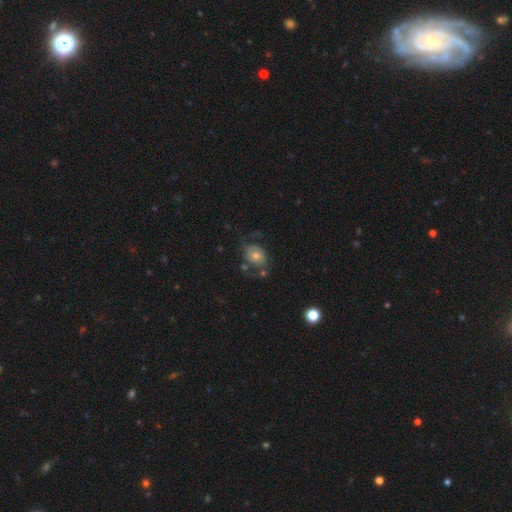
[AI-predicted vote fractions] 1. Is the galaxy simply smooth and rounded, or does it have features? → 47% smooth, 44% featured or disk, 9% star or artifact.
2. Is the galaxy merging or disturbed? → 46% none, 25% major disturbance, 22% minor disturbance, 7% merger.